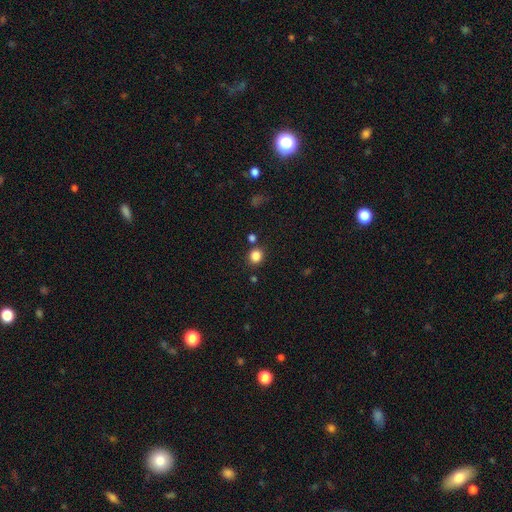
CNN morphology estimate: smooth-or-featured: smooth: 84% | star or artifact: 12% | featured or disk: 4%
  how-rounded: round: 82% | in between: 17% | cigar-shaped: 1%
  merging: none: 81% | minor disturbance: 9% | merger: 8% | major disturbance: 3%